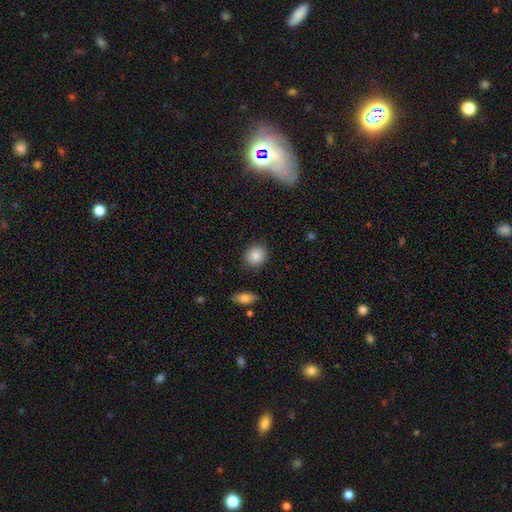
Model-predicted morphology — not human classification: Smooth or featured: smooth — 86% (star or artifact — 8%)
How rounded: round — 71% (in between — 28%)
Merging: none — 87% (minor disturbance — 8%)